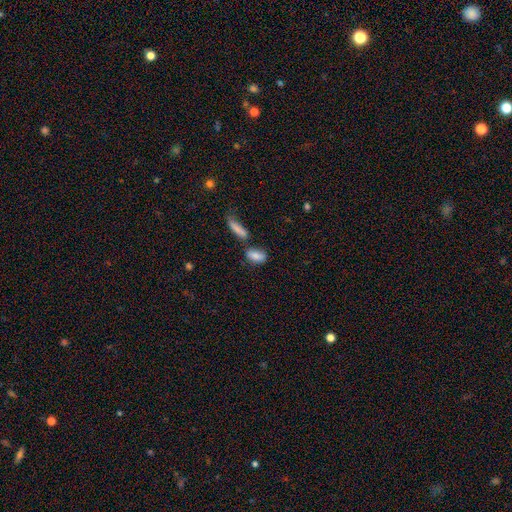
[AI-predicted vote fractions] Smooth or featured?
  - smooth: 81% *
  - featured or disk: 11%
  - star or artifact: 8%
How rounded?
  - in between: 78% *
  - cigar-shaped: 16%
  - round: 5%
Merging?
  - none: 56% *
  - merger: 25%
  - minor disturbance: 15%
  - major disturbance: 5%